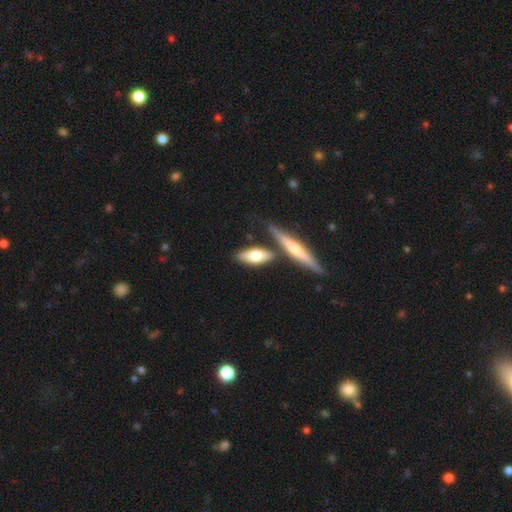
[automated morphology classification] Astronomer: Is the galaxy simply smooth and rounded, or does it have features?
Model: smooth — 62%.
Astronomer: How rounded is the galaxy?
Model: in between — 64%.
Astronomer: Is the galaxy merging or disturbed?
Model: none — 68%.